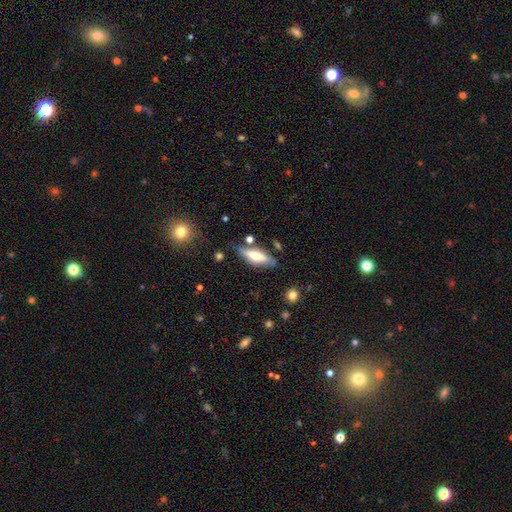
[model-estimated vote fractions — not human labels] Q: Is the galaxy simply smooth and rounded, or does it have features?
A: smooth — 56%.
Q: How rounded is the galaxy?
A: cigar-shaped — 50%.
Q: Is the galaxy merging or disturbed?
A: none — 75%.